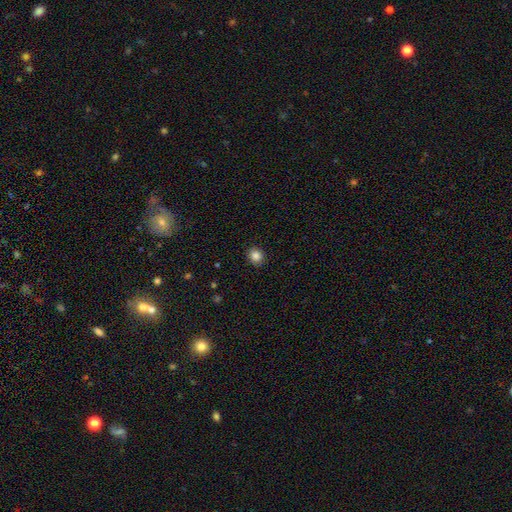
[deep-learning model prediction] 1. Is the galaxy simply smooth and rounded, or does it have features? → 85% smooth, 10% star or artifact, 5% featured or disk.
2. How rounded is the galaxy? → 73% round, 26% in between, 1% cigar-shaped.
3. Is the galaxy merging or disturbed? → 90% none, 7% minor disturbance, 2% major disturbance, 1% merger.